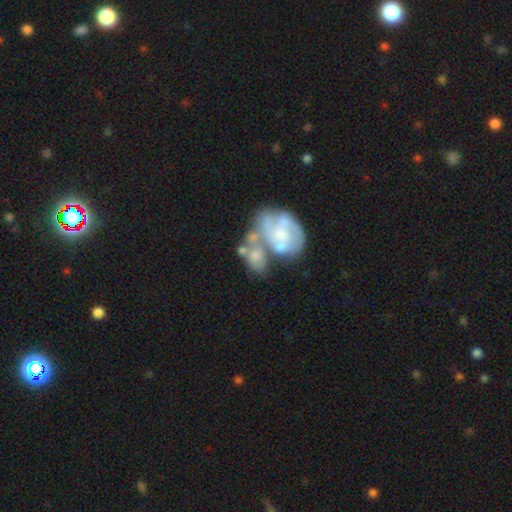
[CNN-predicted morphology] featured or disk 52%, smooth 39%, star or artifact 9%. Down the decision tree: edge-on disk — no (97%); bar — no (83%); spiral arms — no (71%); bulge size — moderate (32%); merging — merger (54%).